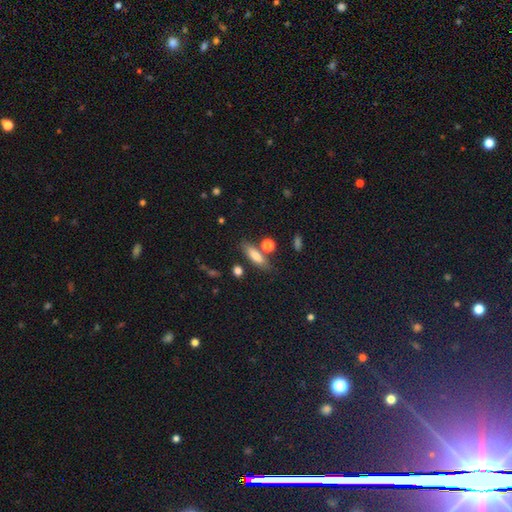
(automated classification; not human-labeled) A smooth galaxy with no disk features (77%) that is in between round and cigar-shaped (50%). Merging: none (72%).